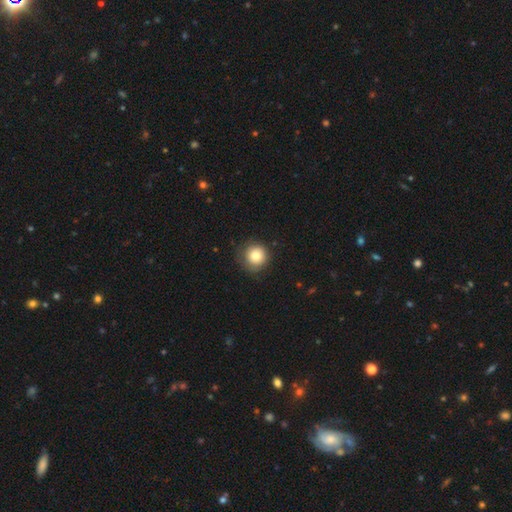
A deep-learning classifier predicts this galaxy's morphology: Smooth or featured? Predicted: smooth (p=0.81). How rounded? Predicted: round (p=0.94). Merging? Predicted: none (p=0.81).